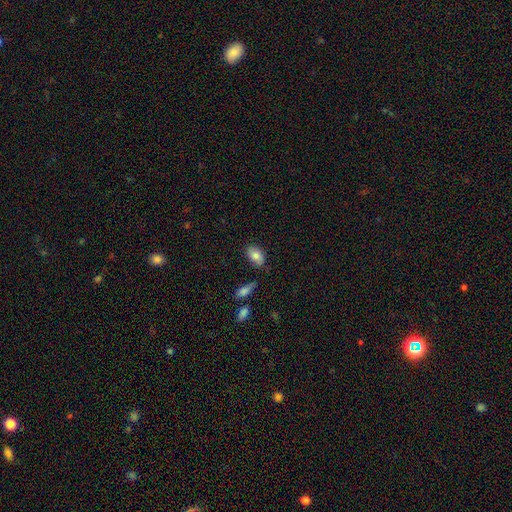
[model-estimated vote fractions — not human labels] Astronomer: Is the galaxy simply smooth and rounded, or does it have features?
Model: smooth — 82%.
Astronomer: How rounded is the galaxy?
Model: in between — 90%.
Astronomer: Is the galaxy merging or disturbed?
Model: none — 74%.